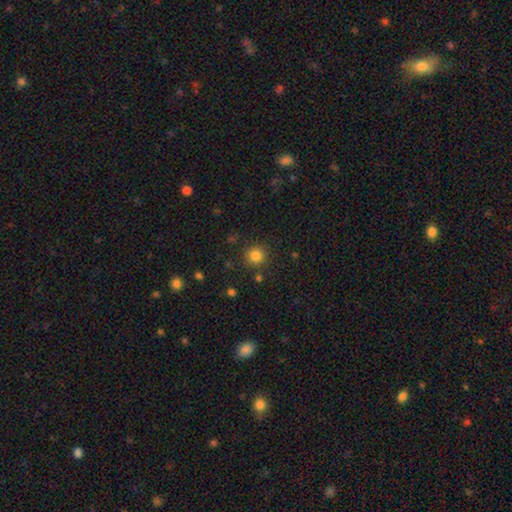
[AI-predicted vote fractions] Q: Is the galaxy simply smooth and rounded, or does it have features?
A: smooth — 83%.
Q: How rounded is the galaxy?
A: round — 93%.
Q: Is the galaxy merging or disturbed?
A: none — 87%.